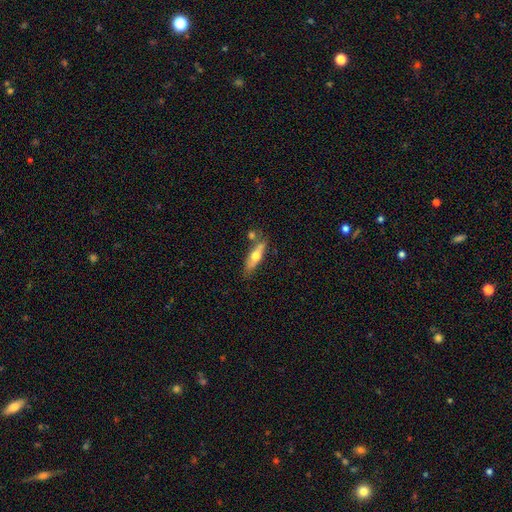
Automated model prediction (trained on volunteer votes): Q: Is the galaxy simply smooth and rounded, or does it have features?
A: smooth — 53%.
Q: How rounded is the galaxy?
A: cigar-shaped — 60%.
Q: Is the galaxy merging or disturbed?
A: none — 61%.